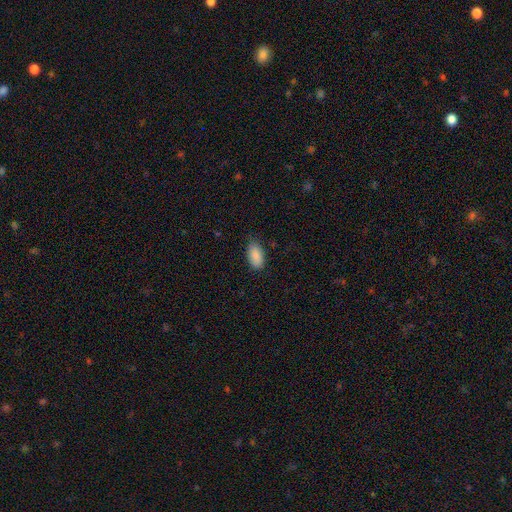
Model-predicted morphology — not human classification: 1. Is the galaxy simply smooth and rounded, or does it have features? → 88% smooth, 7% star or artifact, 5% featured or disk.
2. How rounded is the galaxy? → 94% in between, 3% cigar-shaped, 3% round.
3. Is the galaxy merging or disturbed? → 76% none, 19% minor disturbance, 3% major disturbance, 1% merger.